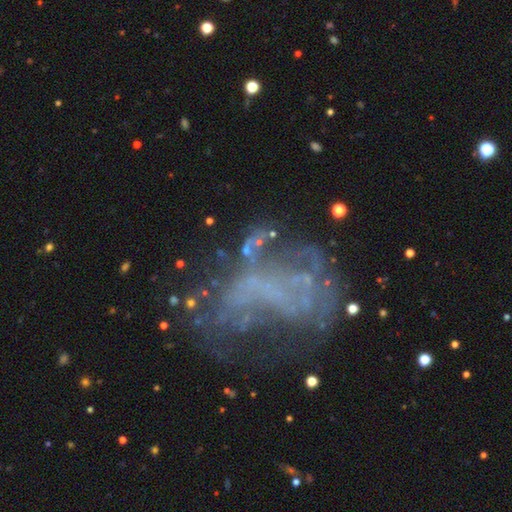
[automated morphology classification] The model was most divided on "merging": major disturbance: 41%, none: 36%, minor disturbance: 16%, merger: 7%. More confident: edge-on disk — no (98%); bulge size — none (83%); bar — no (83%); spiral arms — no (80%); smooth or featured — featured or disk (62%).